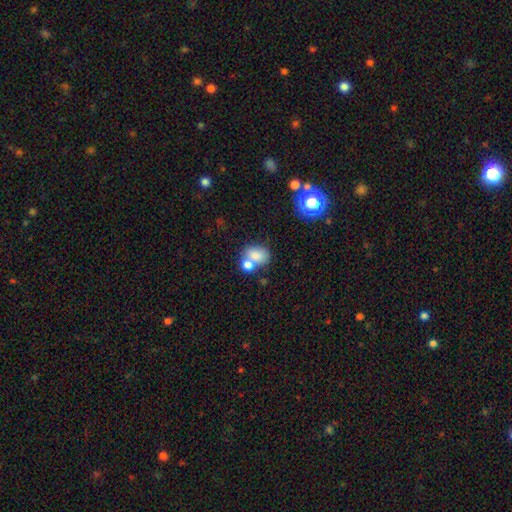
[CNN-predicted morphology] Smooth or featured?
  - smooth: 77% *
  - featured or disk: 12%
  - star or artifact: 11%
How rounded?
  - in between: 62% *
  - round: 36%
  - cigar-shaped: 1%
Merging?
  - merger: 44% *
  - none: 38%
  - minor disturbance: 12%
  - major disturbance: 6%